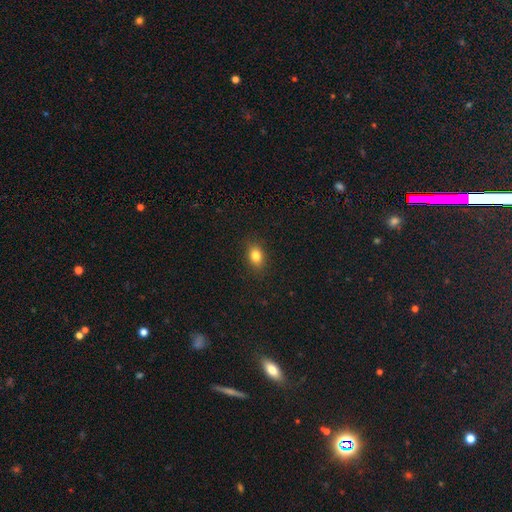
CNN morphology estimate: Overall: smooth (82%). How rounded: in between (72%). Merging: none (87%).